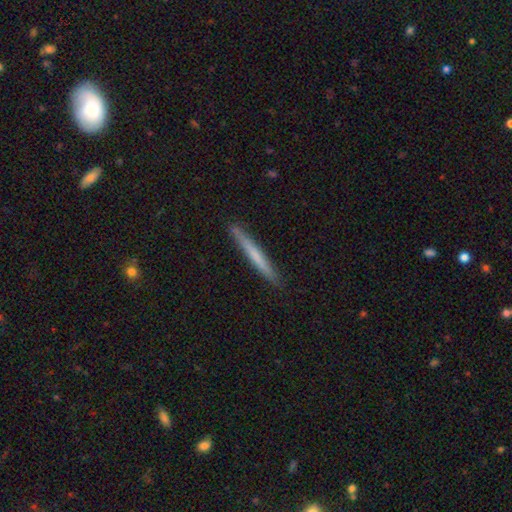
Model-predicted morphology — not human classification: Overall: smooth (60%; featured or disk 35%). How rounded: cigar-shaped (97%). Merging: none (89%).